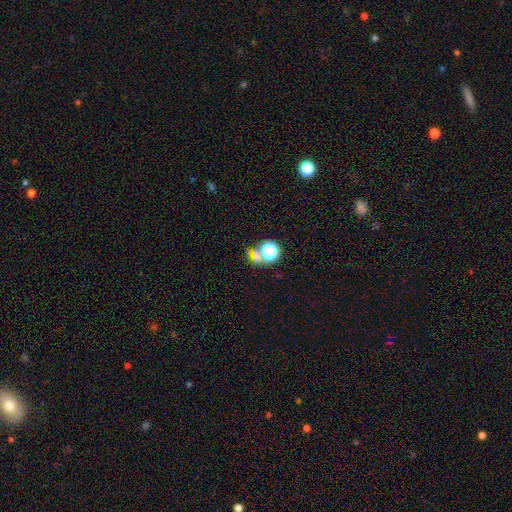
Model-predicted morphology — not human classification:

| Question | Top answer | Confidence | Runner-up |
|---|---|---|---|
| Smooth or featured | smooth | 56% | star or artifact (32%) |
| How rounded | round | 75% | in between (23%) |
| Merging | none | 50% | merger (34%) |